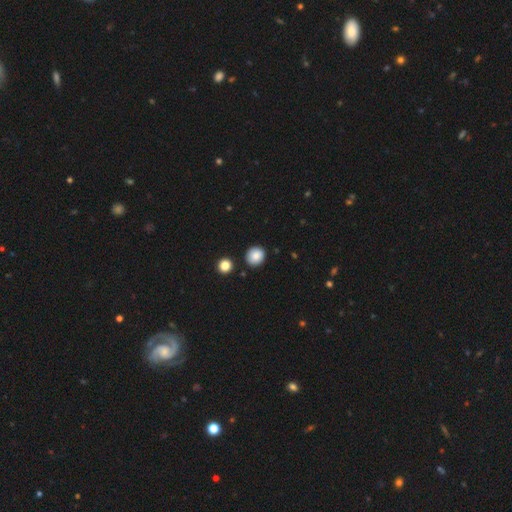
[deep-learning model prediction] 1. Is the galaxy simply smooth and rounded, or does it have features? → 85% smooth, 9% star or artifact, 6% featured or disk.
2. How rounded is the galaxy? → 84% round, 15% in between, 1% cigar-shaped.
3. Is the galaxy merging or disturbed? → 88% none, 7% minor disturbance, 3% merger, 2% major disturbance.